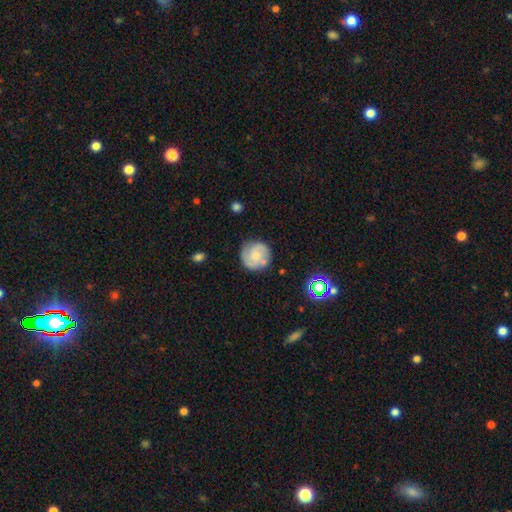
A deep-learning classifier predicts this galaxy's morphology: This appears to be a featured or disk galaxy (50%). Merging: none (74%).